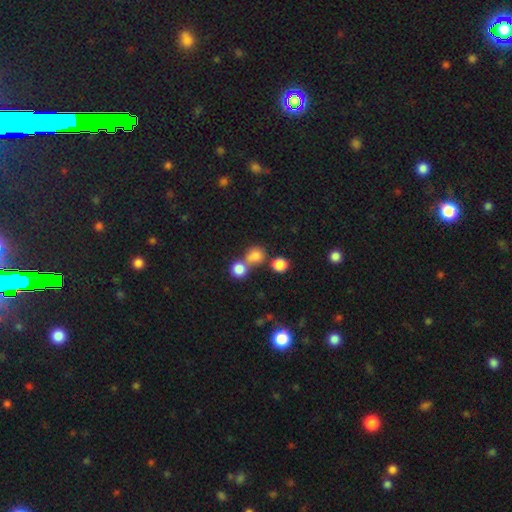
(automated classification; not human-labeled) smooth 78%, star or artifact 15%, featured or disk 7%. Down the decision tree: how rounded — round (82%); merging — none (50%).